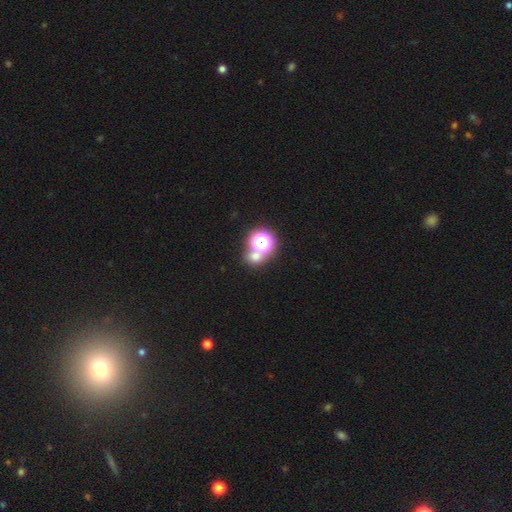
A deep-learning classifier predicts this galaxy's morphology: Smooth or featured? smooth (54%)
How rounded? round (78%)
Merging? none (61%)